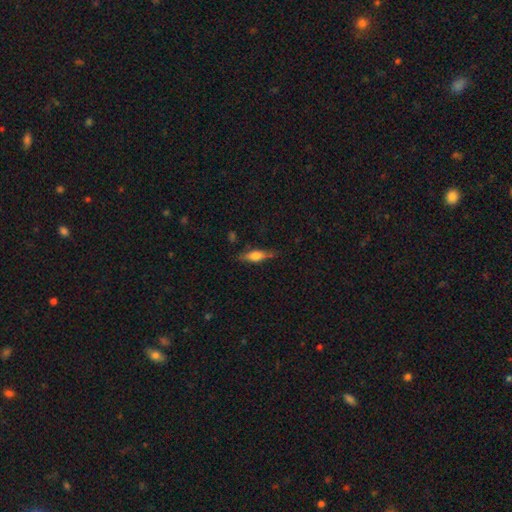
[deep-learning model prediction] Smooth or featured?
  - featured or disk: 47% *
  - smooth: 45%
  - star or artifact: 7%
Merging?
  - none: 78% *
  - minor disturbance: 16%
  - major disturbance: 4%
  - merger: 2%